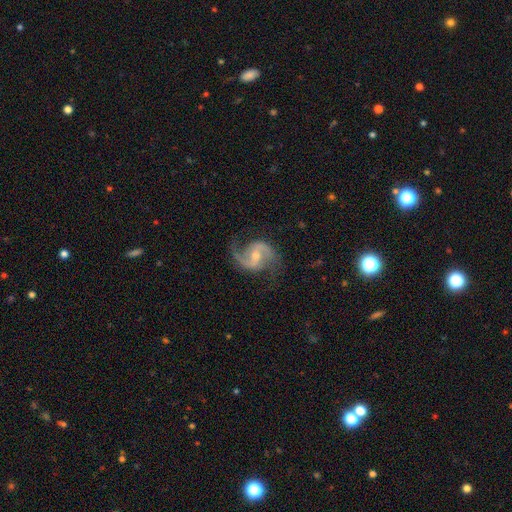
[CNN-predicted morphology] smooth_or_featured: featured or disk (p=0.92) [alt: star or artifact p=0.04]
disk_edge_on: no (p=0.98) [alt: yes p=0.02]
bar: weak (p=0.47) [alt: no p=0.33]
has_spiral_arms: yes (p=0.98) [alt: no p=0.02]
spiral_winding: medium (p=0.53) [alt: loose p=0.36]
spiral_arm_count: 2 (p=0.93) [alt: 1 p=0.02]
bulge_size: moderate (p=0.52) [alt: small p=0.43]
merging: none (p=0.77) [alt: minor disturbance p=0.15]